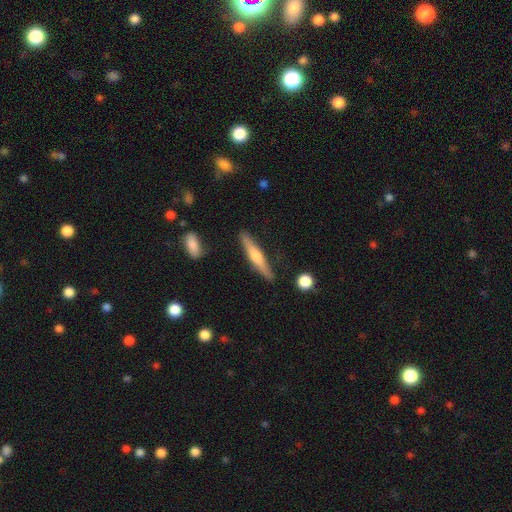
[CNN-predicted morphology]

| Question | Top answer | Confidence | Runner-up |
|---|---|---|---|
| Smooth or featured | featured or disk | 56% | smooth (39%) |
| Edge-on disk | yes | 96% | no (4%) |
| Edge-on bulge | rounded | 79% | boxy (11%) |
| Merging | none | 86% | minor disturbance (9%) |